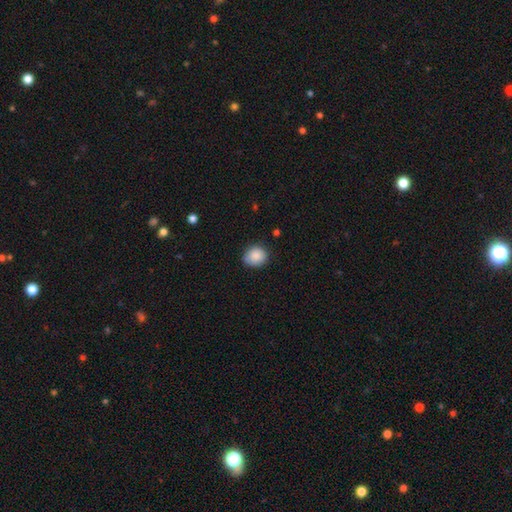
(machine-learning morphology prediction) Smooth or featured? Predicted: smooth (p=0.87). How rounded? Predicted: round (p=0.75). Merging? Predicted: none (p=0.76).